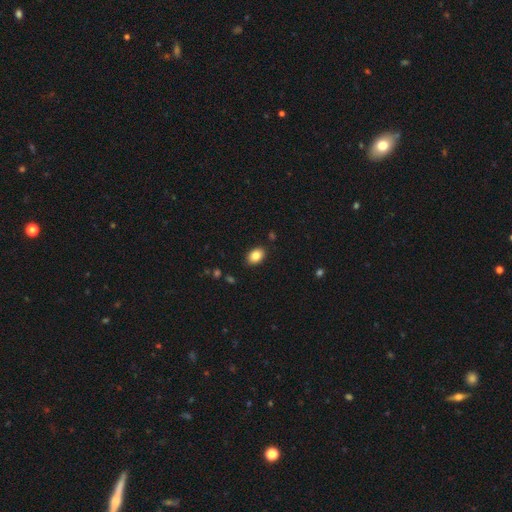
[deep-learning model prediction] Smooth or featured?
  - smooth: 85% *
  - star or artifact: 8%
  - featured or disk: 7%
How rounded?
  - in between: 81% *
  - round: 18%
  - cigar-shaped: 1%
Merging?
  - none: 88% *
  - minor disturbance: 8%
  - major disturbance: 2%
  - merger: 1%